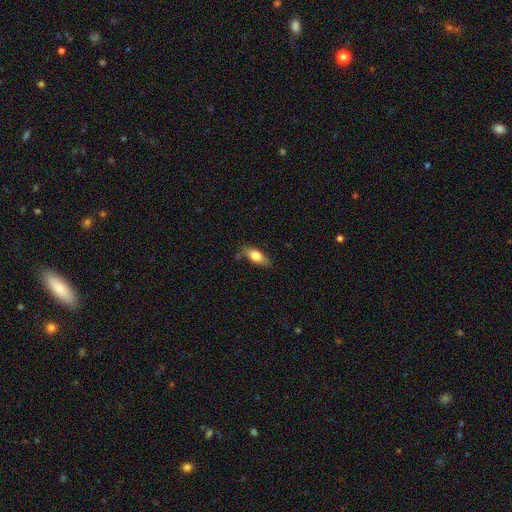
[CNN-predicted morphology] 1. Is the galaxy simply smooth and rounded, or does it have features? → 74% smooth, 19% featured or disk, 7% star or artifact.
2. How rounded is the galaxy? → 79% in between, 17% cigar-shaped, 3% round.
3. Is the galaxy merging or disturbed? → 72% none, 21% minor disturbance, 4% major disturbance, 3% merger.